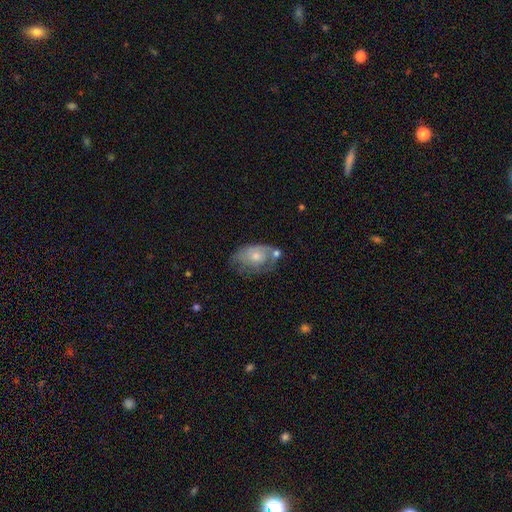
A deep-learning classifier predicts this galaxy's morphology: Smooth or featured? smooth (49%)
Merging? none (35%)